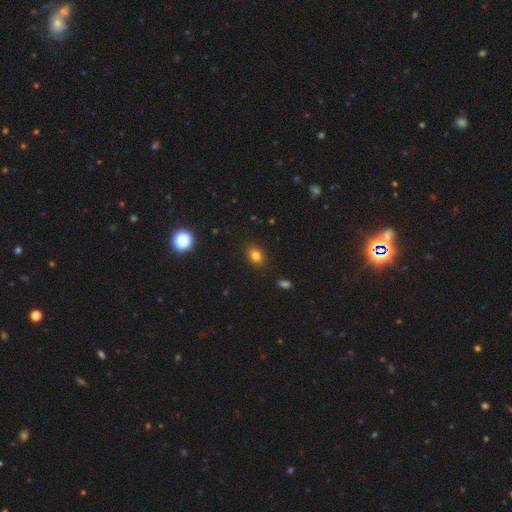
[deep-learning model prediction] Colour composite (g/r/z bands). It shows a smooth galaxy with no disk features (79%) that is in between round and cigar-shaped (56%). Merging: none (87%).